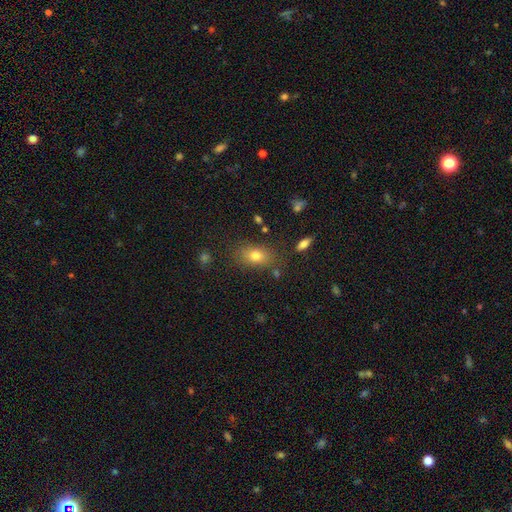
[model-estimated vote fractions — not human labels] smooth_or_featured: smooth (p=0.77) [alt: featured or disk p=0.12]
how_rounded: in between (p=0.82) [alt: round p=0.14]
merging: none (p=0.79) [alt: minor disturbance p=0.13]